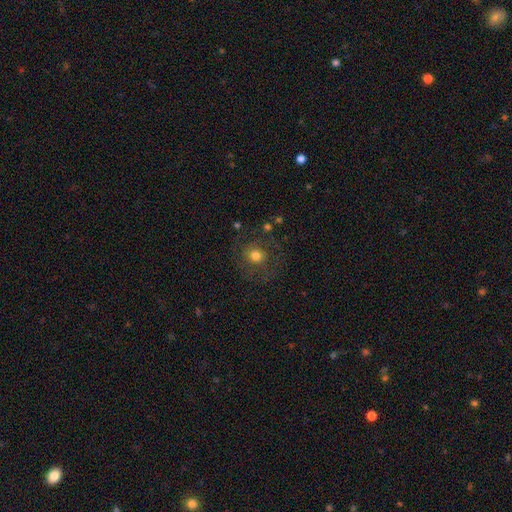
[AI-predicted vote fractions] smooth-or-featured: smooth: 62% | featured or disk: 24% | star or artifact: 13%
  how-rounded: round: 87% | in between: 12% | cigar-shaped: 1%
  merging: none: 73% | minor disturbance: 14% | major disturbance: 11% | merger: 2%